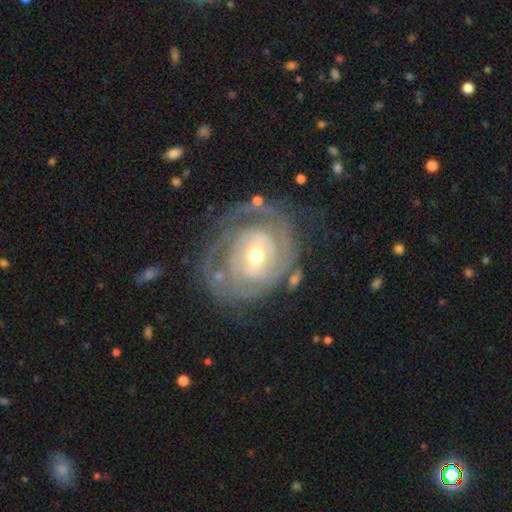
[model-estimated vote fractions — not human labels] featured or disk 83%, smooth 12%, star or artifact 5%. Down the decision tree: edge-on disk — no (97%); bar — no (56%); spiral arms — yes (86%); spiral arm count — can't tell (40%); spiral winding — tight (73%); bulge size — moderate (55%); merging — none (61%).